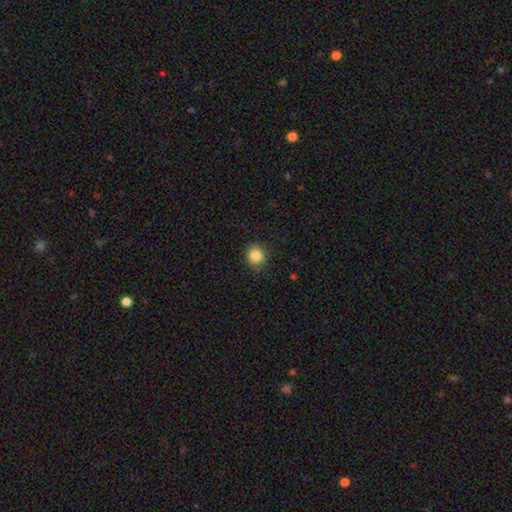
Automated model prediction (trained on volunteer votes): Morphology: type=smooth (86%); roundness=round (89%); merging=none (87%).